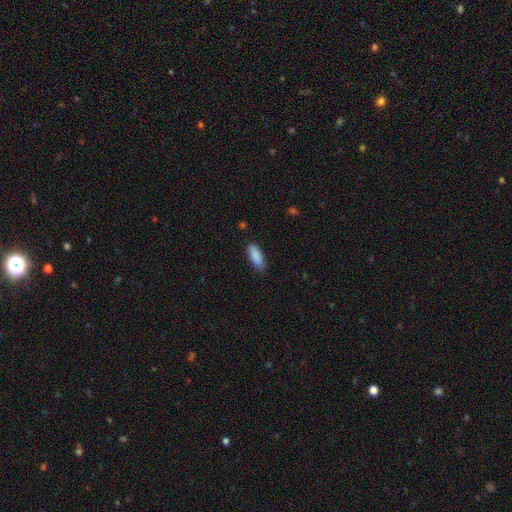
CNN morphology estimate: A smooth galaxy with no disk features (89%) that is in between round and cigar-shaped (66%).

Vote fractions:
- Smooth or featured? smooth: 89% / star or artifact: 6% / featured or disk: 5%
- How rounded? in between: 66% / cigar-shaped: 33% / round: 2%
- Merging? none: 80% / minor disturbance: 16% / major disturbance: 3% / merger: 1%